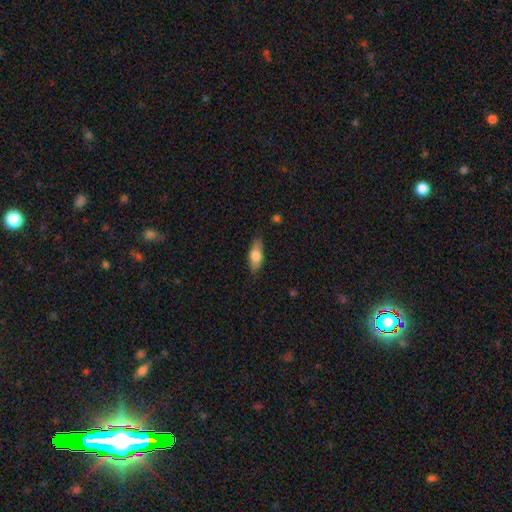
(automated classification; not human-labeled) Overall: smooth (71%). How rounded: in between (77%). Merging: none (82%).